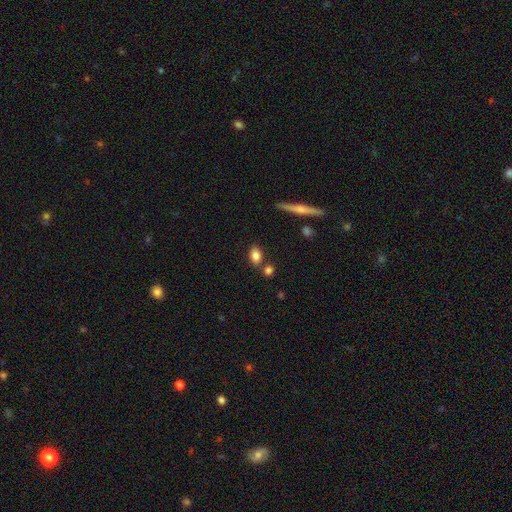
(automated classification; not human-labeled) The model was most divided on "merging": none: 72%, merger: 14%, minor disturbance: 11%, major disturbance: 3%. More confident: smooth or featured — smooth (82%); how rounded — in between (79%).